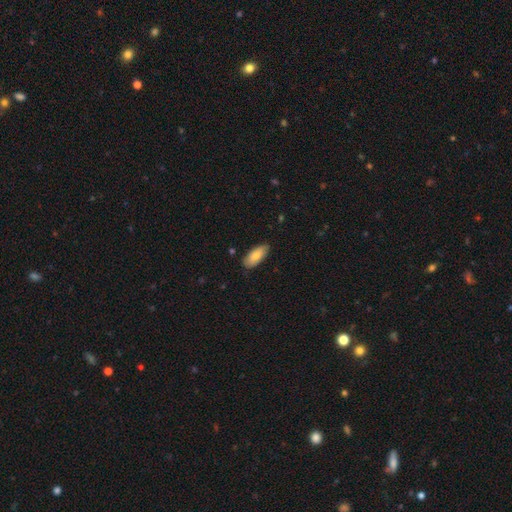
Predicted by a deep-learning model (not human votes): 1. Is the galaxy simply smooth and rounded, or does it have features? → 81% smooth, 13% featured or disk, 6% star or artifact.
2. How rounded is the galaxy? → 87% in between, 11% cigar-shaped, 2% round.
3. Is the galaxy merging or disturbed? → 80% none, 17% minor disturbance, 2% major disturbance, 1% merger.